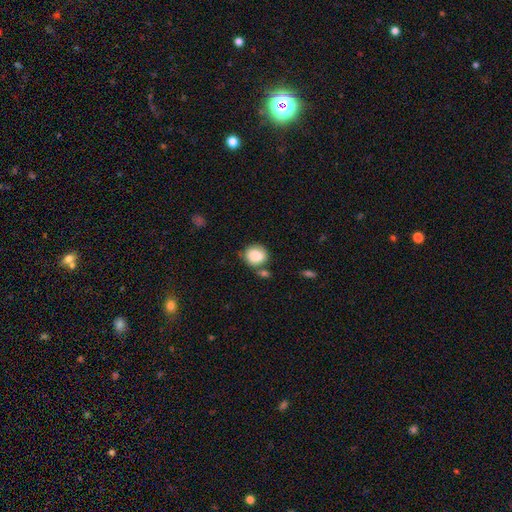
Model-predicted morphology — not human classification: This is clearly a smooth galaxy (86%). How rounded: likely round (76%). Merging: likely none (61%).